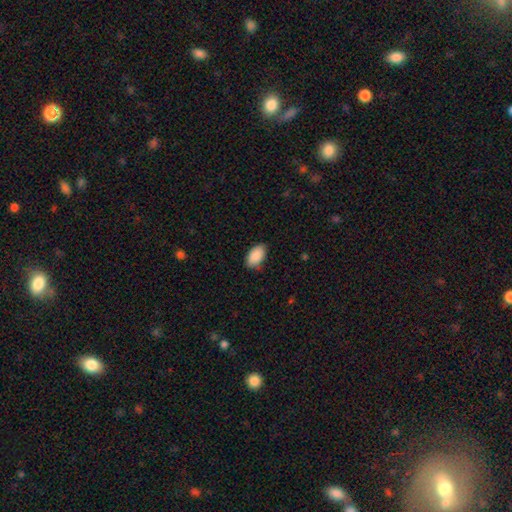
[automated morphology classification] Smooth or featured: smooth — 90% (star or artifact — 6%)
How rounded: in between — 94% (round — 5%)
Merging: none — 82% (minor disturbance — 14%)